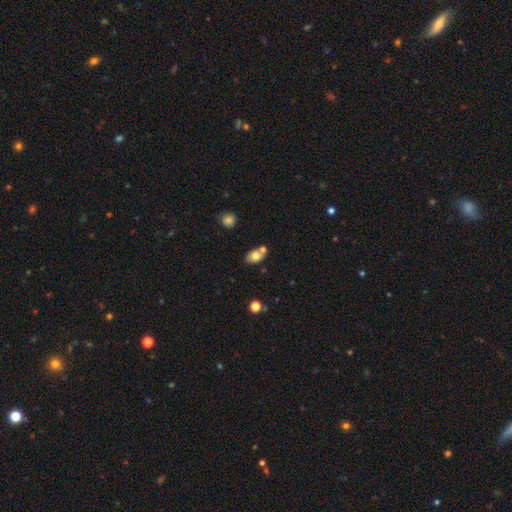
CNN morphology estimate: smooth 75%, featured or disk 15%, star or artifact 9%. Down the decision tree: how rounded — in between (79%); merging — none (53%).